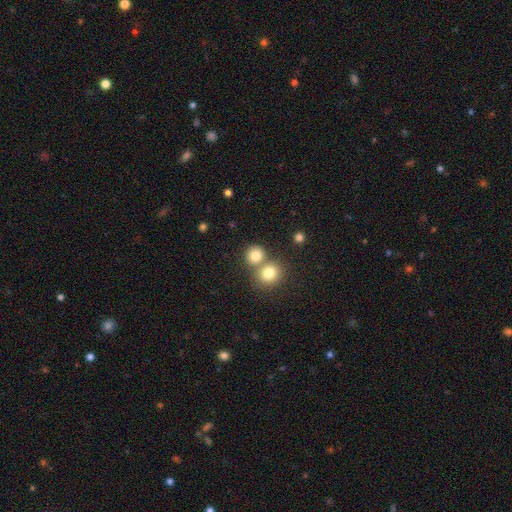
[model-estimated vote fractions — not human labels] Smooth or featured? smooth (79%)
How rounded? round (84%)
Merging? none (52%)